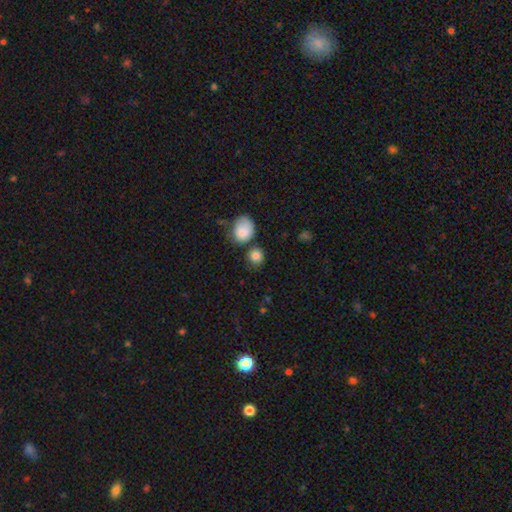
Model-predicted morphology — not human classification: Overall: smooth (85%). How rounded: round (83%). Merging: none (67%).